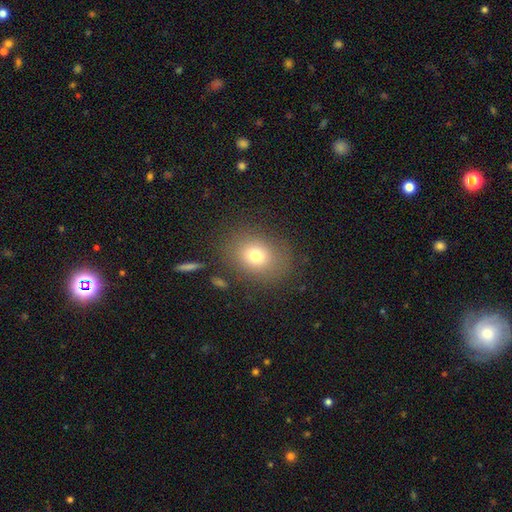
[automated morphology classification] This appears to be a smooth galaxy with no disk features (74%) that is round (52%). Merging: none (80%).